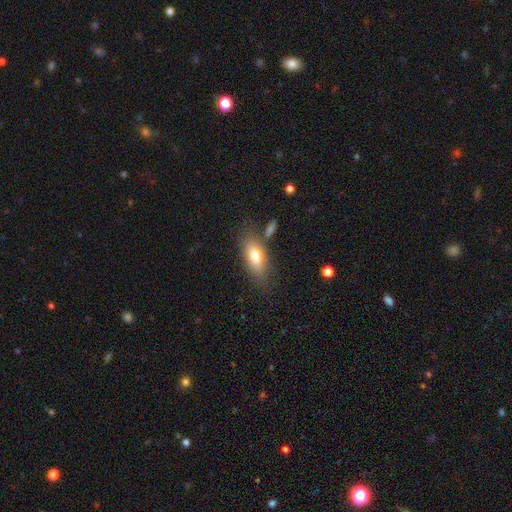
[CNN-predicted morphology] smooth-or-featured: smooth: 74% | featured or disk: 19% | star or artifact: 8%
  how-rounded: in between: 81% | cigar-shaped: 14% | round: 5%
  merging: none: 67% | minor disturbance: 18% | merger: 9% | major disturbance: 7%